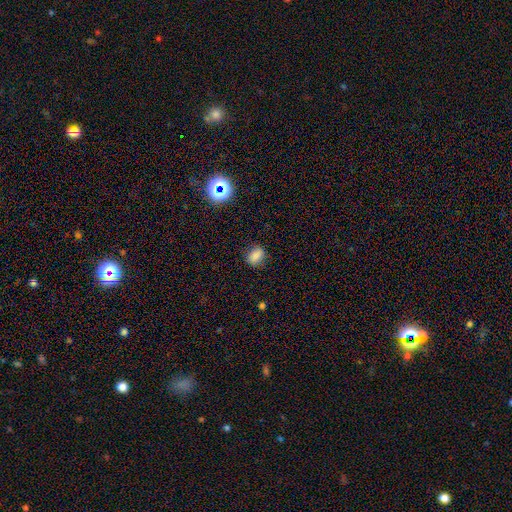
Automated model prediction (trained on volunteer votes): A smooth galaxy with no disk features (81%) that is in between round and cigar-shaped (57%). Merging: none (81%).